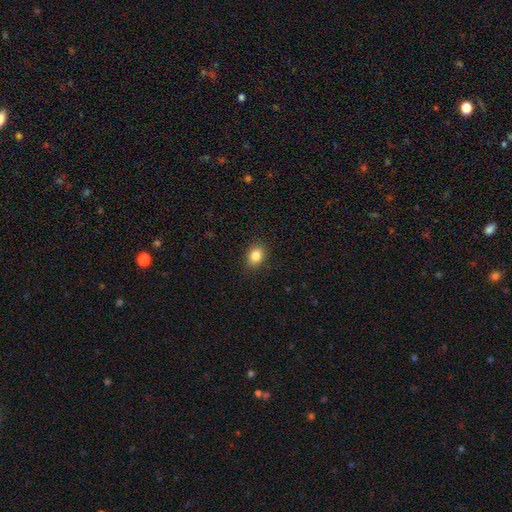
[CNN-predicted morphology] smooth_or_featured: smooth (p=0.84) [alt: star or artifact p=0.10]
how_rounded: in between (p=0.59) [alt: round p=0.40]
merging: none (p=0.89) [alt: minor disturbance p=0.08]